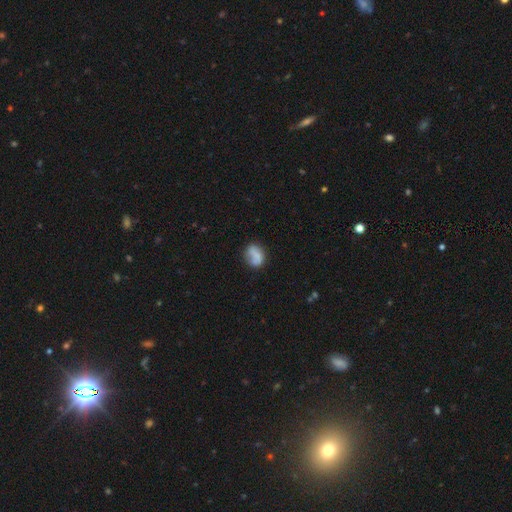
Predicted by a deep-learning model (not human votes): The model was most divided on "how rounded": in between: 61%, round: 37%, cigar-shaped: 2%. More confident: smooth or featured — smooth (75%); merging — none (57%).